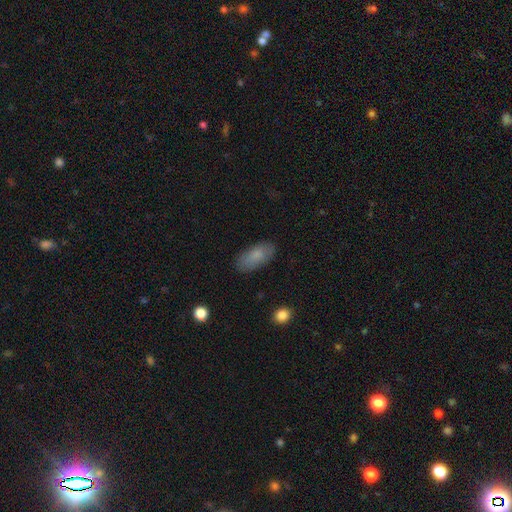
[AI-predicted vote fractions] Morphology: type=smooth (82%); roundness=in between (90%); merging=none (84%).